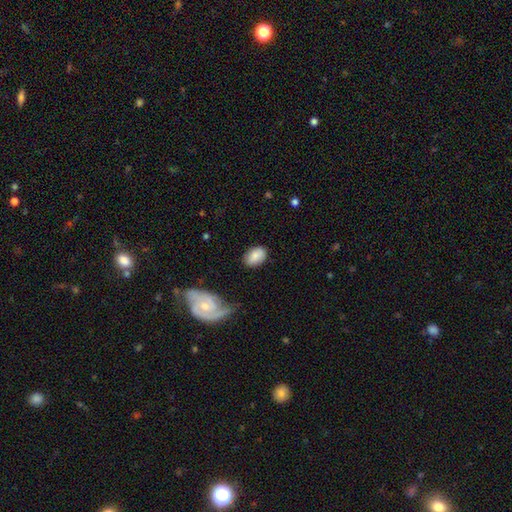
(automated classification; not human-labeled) This appears to be a smooth galaxy with no disk features (82%) that is in between round and cigar-shaped (86%). Merging: none (78%).